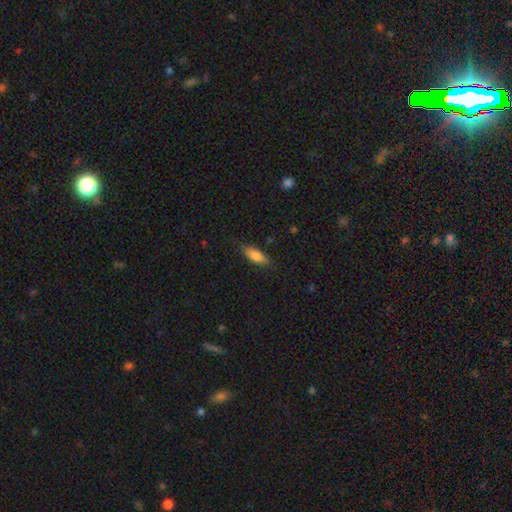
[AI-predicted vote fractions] smooth-or-featured: smooth: 78% | featured or disk: 15% | star or artifact: 7%
  how-rounded: in between: 69% | cigar-shaped: 28% | round: 2%
  merging: none: 79% | minor disturbance: 16% | major disturbance: 3% | merger: 1%